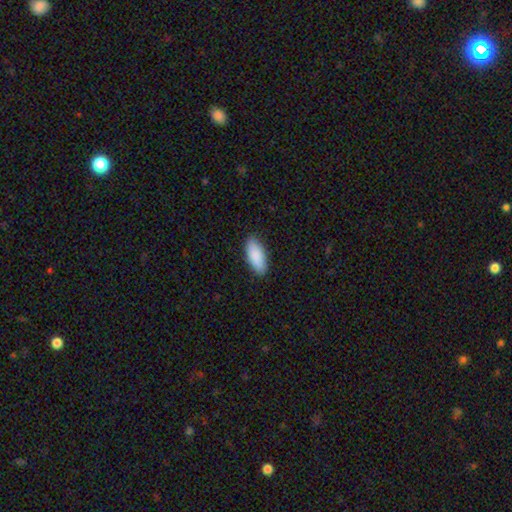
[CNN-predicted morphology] smooth-or-featured: smooth: 89% | star or artifact: 5% | featured or disk: 5%
  how-rounded: in between: 82% | cigar-shaped: 16% | round: 2%
  merging: none: 88% | minor disturbance: 9% | major disturbance: 2% | merger: 1%